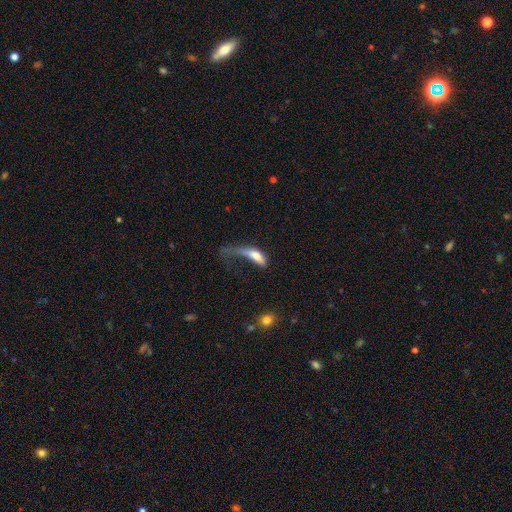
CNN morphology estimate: Overall: smooth (62%; featured or disk 30%). How rounded: cigar-shaped (49%; in between 47%). Merging: major disturbance (64%).